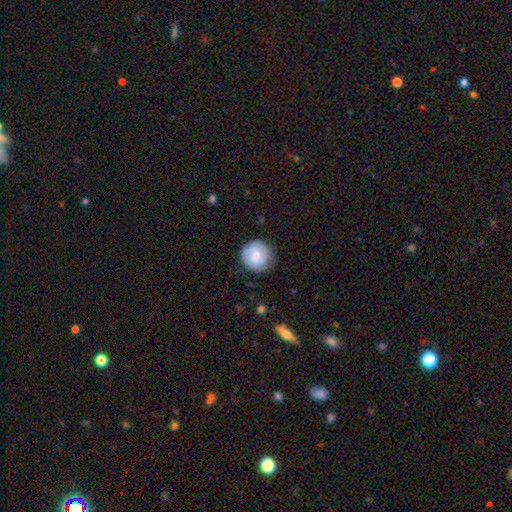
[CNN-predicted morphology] type=smooth (68%); roundness=round (92%); merging=none (83%).